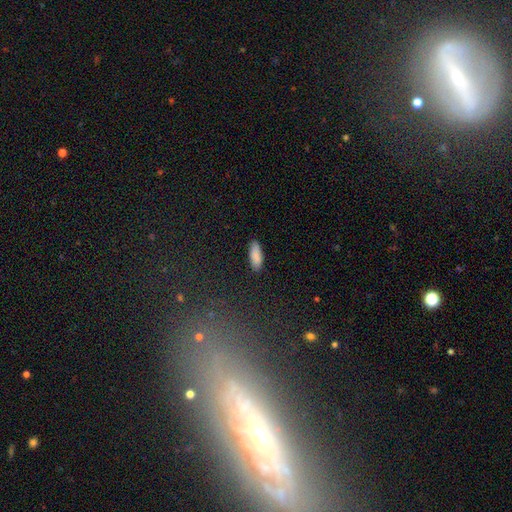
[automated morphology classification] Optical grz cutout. It shows a smooth galaxy with no disk features (88%) that is in between round and cigar-shaped (64%). Merging: none (87%).